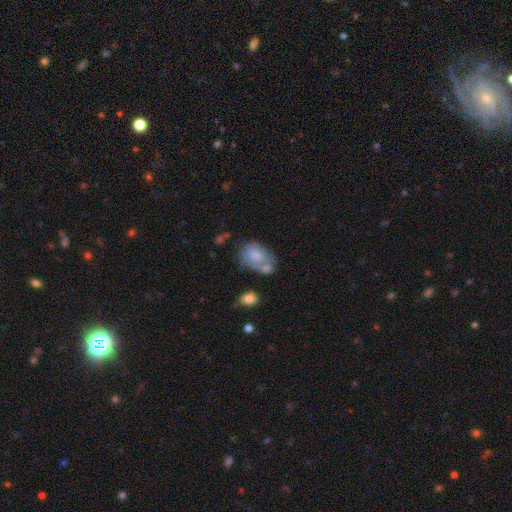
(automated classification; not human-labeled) Smooth or featured?
  - smooth: 69% *
  - featured or disk: 23%
  - star or artifact: 8%
How rounded?
  - in between: 71% *
  - round: 27%
  - cigar-shaped: 1%
Merging?
  - merger: 38% *
  - none: 31%
  - minor disturbance: 19%
  - major disturbance: 11%